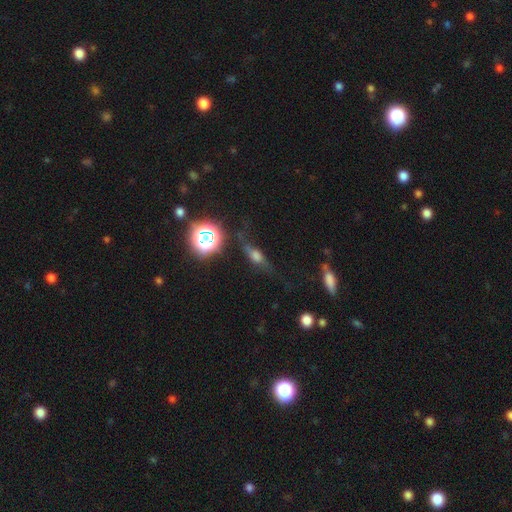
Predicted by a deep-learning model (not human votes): This is marginally a smooth galaxy (39%, tied with featured or disk). Merging: possibly none (54%).